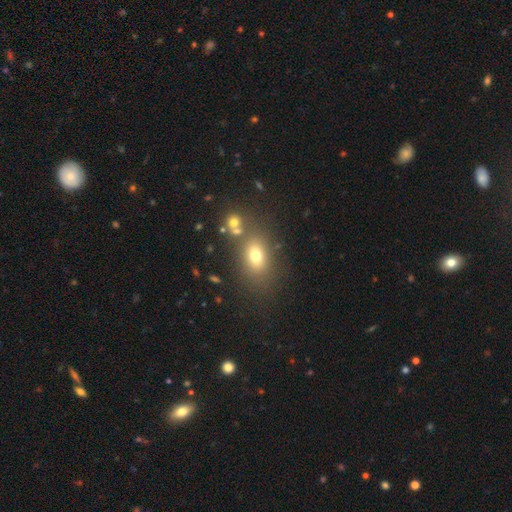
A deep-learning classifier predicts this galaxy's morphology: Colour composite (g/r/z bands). It shows a smooth galaxy with no disk features (72%) that is in between round and cigar-shaped (75%). Merging: none (71%).